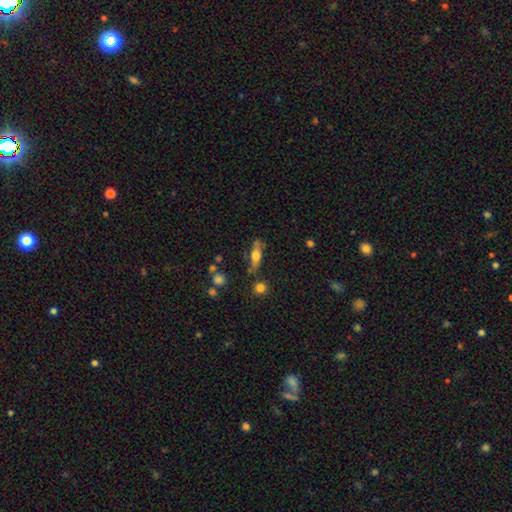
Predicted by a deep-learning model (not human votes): A smooth galaxy with no disk features (48%).

Vote fractions:
- Smooth or featured? smooth: 48% / featured or disk: 44% / star or artifact: 8%
- Merging? none: 70% / minor disturbance: 18% / merger: 6% / major disturbance: 6%